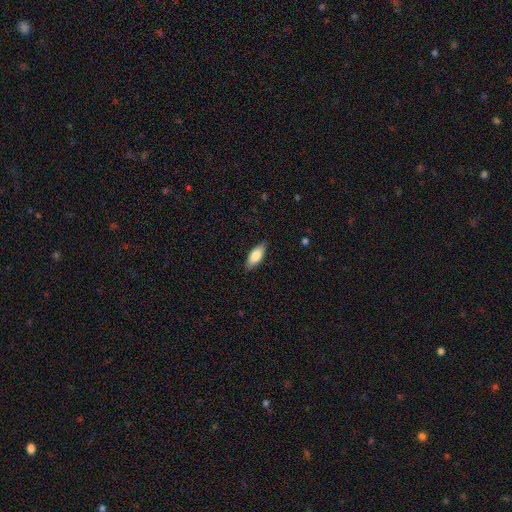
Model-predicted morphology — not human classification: Smooth or featured: smooth — 78% (featured or disk — 16%)
How rounded: in between — 76% (cigar-shaped — 22%)
Merging: none — 86% (minor disturbance — 11%)